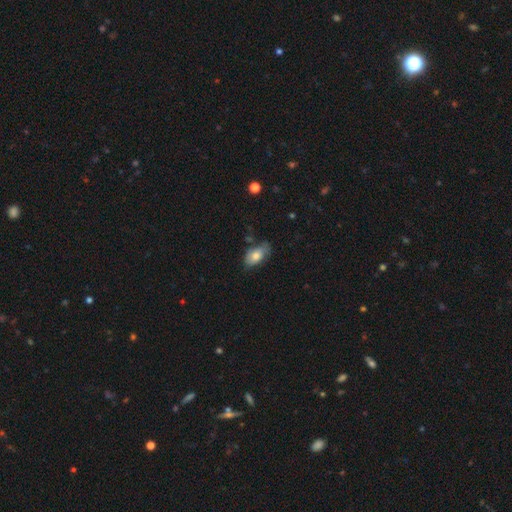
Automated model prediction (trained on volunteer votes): smooth-or-featured: smooth: 73% | featured or disk: 19% | star or artifact: 7%
  how-rounded: in between: 91% | round: 6% | cigar-shaped: 3%
  merging: none: 54% | minor disturbance: 33% | major disturbance: 9% | merger: 4%